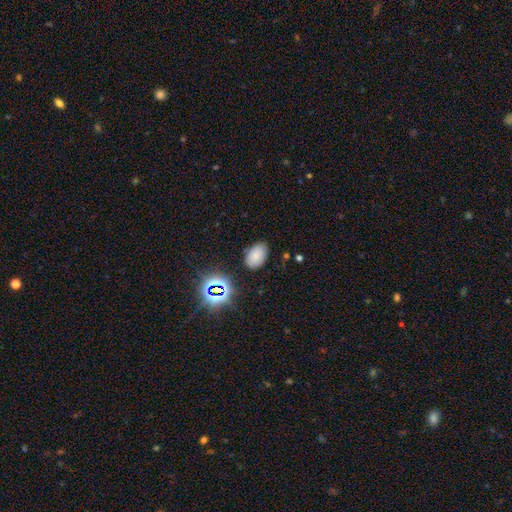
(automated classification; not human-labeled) smooth_or_featured: smooth (p=0.75) [alt: star or artifact p=0.17]
how_rounded: in between (p=0.89) [alt: round p=0.10]
merging: none (p=0.82) [alt: minor disturbance p=0.13]